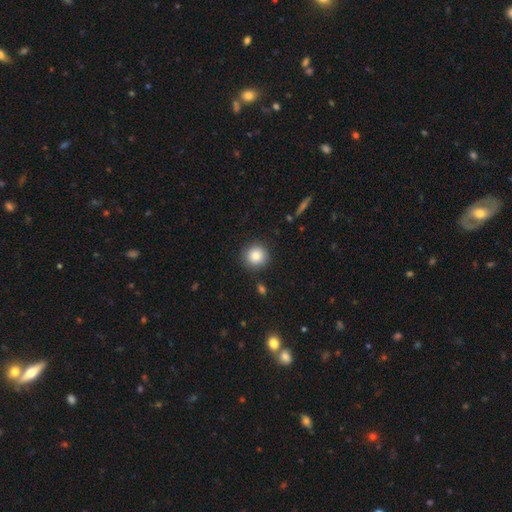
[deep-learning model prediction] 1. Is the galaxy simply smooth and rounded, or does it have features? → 84% smooth, 10% star or artifact, 7% featured or disk.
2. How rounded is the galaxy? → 94% round, 5% in between, 1% cigar-shaped.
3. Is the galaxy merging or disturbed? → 88% none, 7% minor disturbance, 2% major disturbance, 2% merger.